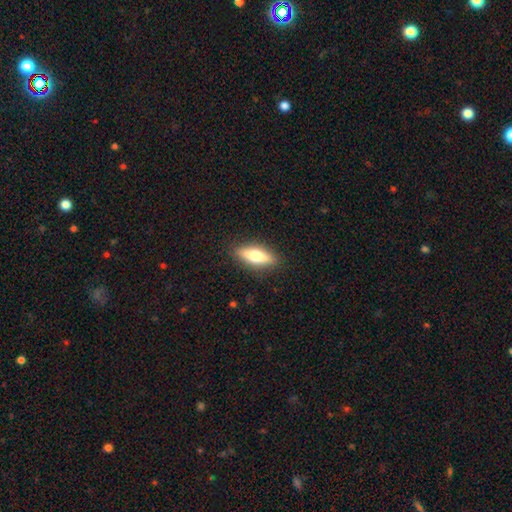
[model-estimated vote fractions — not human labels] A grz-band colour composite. It shows a smooth galaxy with no disk features (57%) that is in between round and cigar-shaped (50%). Merging: none (88%).